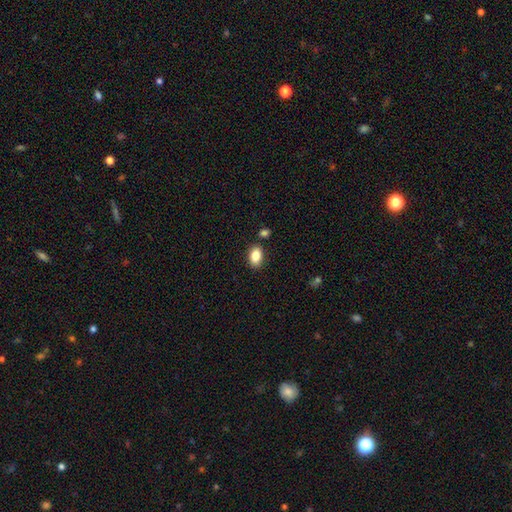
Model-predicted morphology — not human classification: Smooth or featured?
  - smooth: 86% *
  - star or artifact: 8%
  - featured or disk: 6%
How rounded?
  - in between: 88% *
  - round: 10%
  - cigar-shaped: 2%
Merging?
  - none: 83% *
  - minor disturbance: 10%
  - merger: 5%
  - major disturbance: 2%